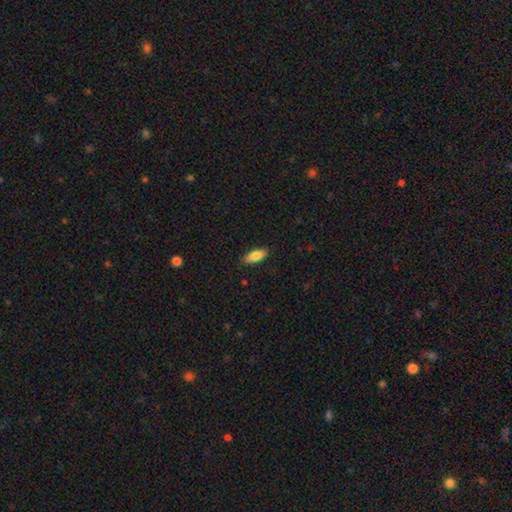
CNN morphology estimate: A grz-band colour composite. It shows a smooth galaxy with no disk features (82%) that is in between round and cigar-shaped (80%). Merging: none (85%).